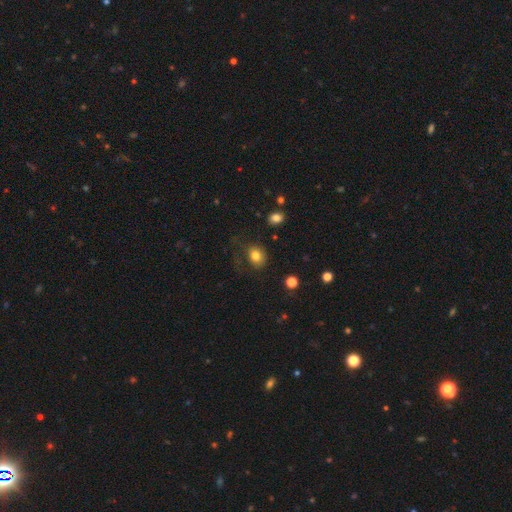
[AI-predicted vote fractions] This appears to be a smooth galaxy with no disk features (80%) that is round (53%). Merging: none (63%).